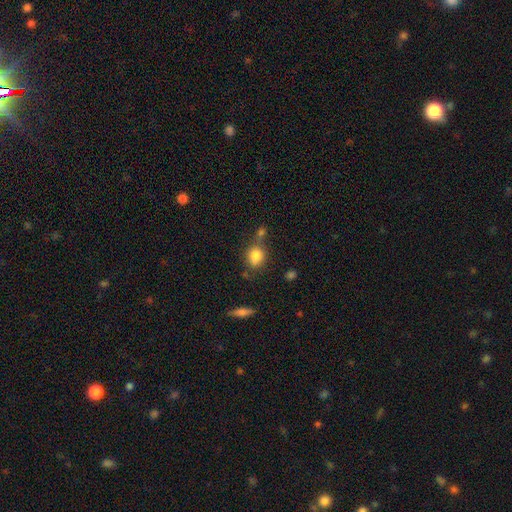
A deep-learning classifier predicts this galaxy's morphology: Smooth or featured?
  - smooth: 83% *
  - star or artifact: 10%
  - featured or disk: 7%
How rounded?
  - round: 60% *
  - in between: 38%
  - cigar-shaped: 2%
Merging?
  - none: 60% *
  - merger: 18%
  - minor disturbance: 17%
  - major disturbance: 6%